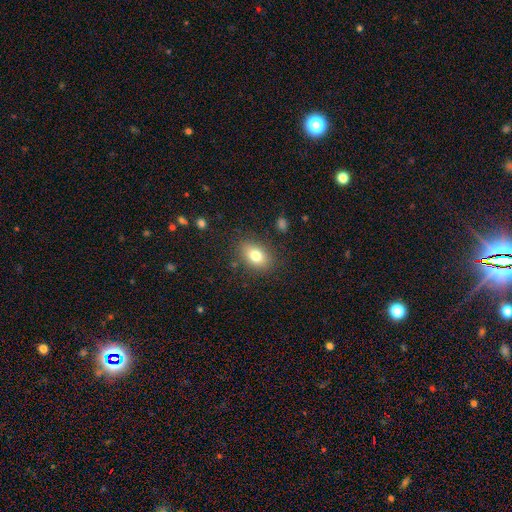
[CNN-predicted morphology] Smooth or featured: smooth — 78% (featured or disk — 12%)
How rounded: in between — 76% (round — 23%)
Merging: none — 84% (minor disturbance — 11%)